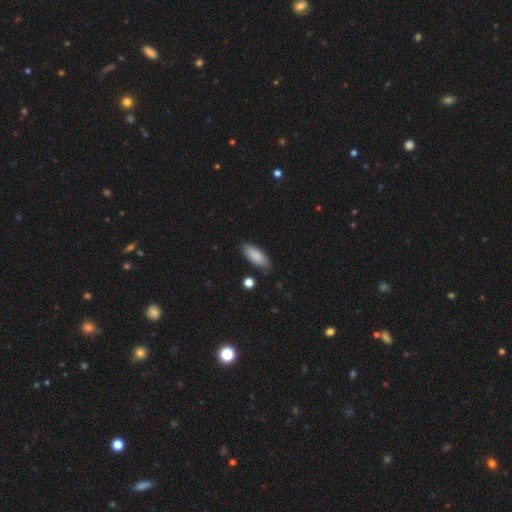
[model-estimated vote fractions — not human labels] Q: Smooth or featured?
A: smooth (86%); runner-up: featured or disk (8%)
Q: How rounded?
A: in between (77%); runner-up: cigar-shaped (21%)
Q: Merging?
A: none (81%); runner-up: minor disturbance (14%)